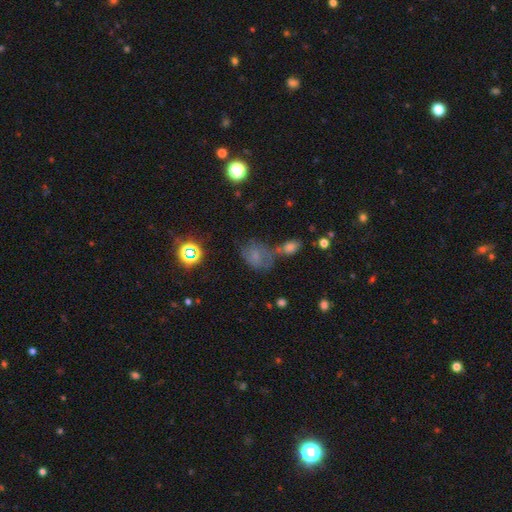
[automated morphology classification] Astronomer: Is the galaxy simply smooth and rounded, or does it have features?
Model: smooth — 55%.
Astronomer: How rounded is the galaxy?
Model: in between — 62%.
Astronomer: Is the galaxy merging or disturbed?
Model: none — 42% (runner-up: merger, 23%).